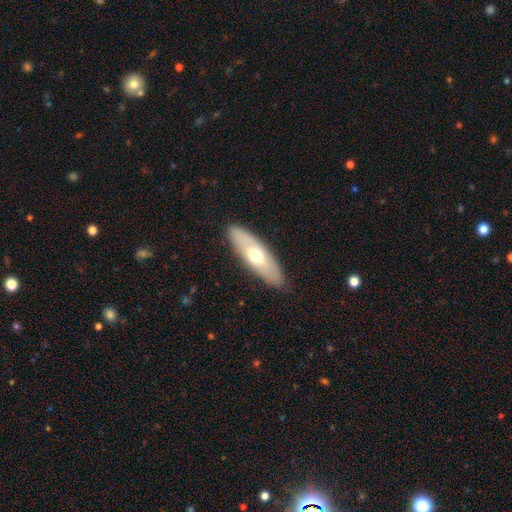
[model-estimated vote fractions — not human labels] Smooth or featured: smooth — 54% (featured or disk — 40%)
How rounded: in between — 54% (cigar-shaped — 44%)
Merging: none — 87% (minor disturbance — 10%)